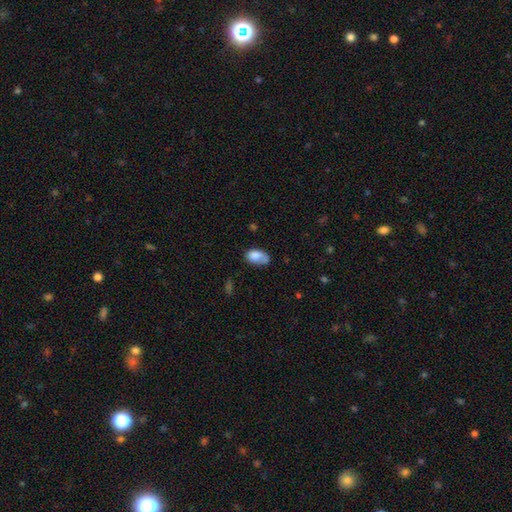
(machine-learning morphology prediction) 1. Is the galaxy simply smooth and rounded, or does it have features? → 78% smooth, 14% featured or disk, 8% star or artifact.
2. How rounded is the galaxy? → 89% in between, 9% round, 2% cigar-shaped.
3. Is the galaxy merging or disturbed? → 45% none, 28% minor disturbance, 14% merger, 13% major disturbance.